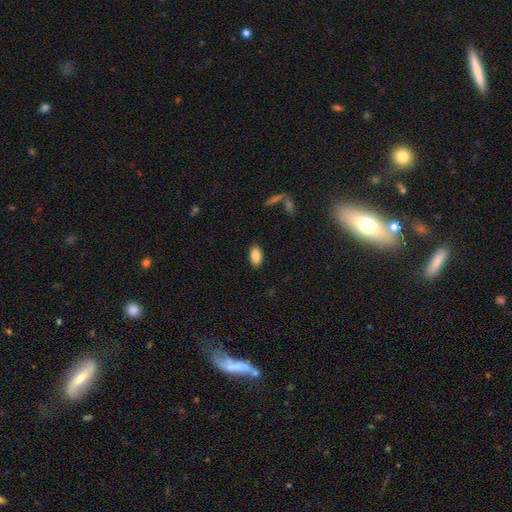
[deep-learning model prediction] Overall: smooth (87%). How rounded: in between (93%). Merging: none (87%).